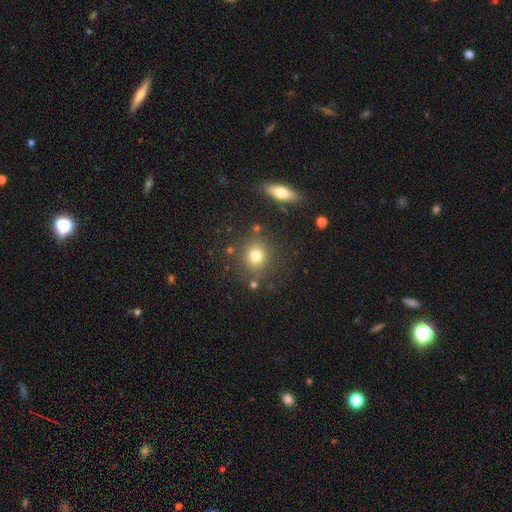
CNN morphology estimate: smooth 77%, star or artifact 14%, featured or disk 9%. Down the decision tree: how rounded — round (85%); merging — none (81%).